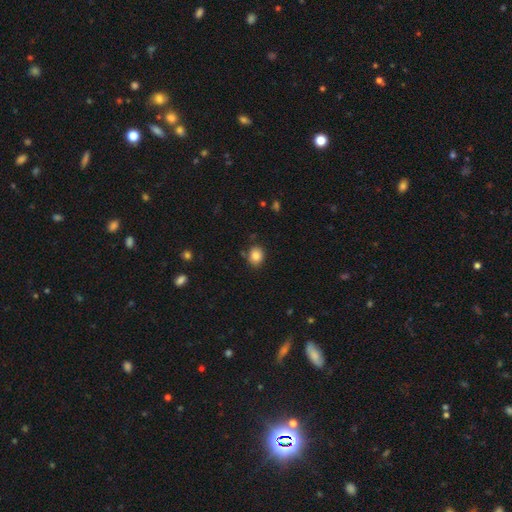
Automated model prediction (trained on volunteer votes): smooth-or-featured: smooth: 84% | star or artifact: 10% | featured or disk: 5%
  how-rounded: round: 68% | in between: 31% | cigar-shaped: 1%
  merging: none: 78% | minor disturbance: 15% | merger: 3% | major disturbance: 3%